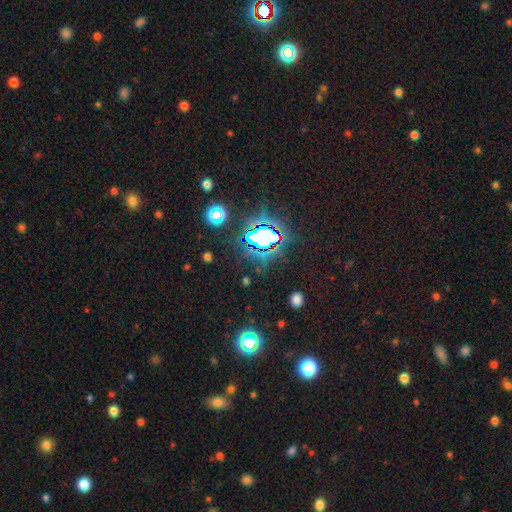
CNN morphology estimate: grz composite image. It shows a star or artifact, not a galaxy (81%).